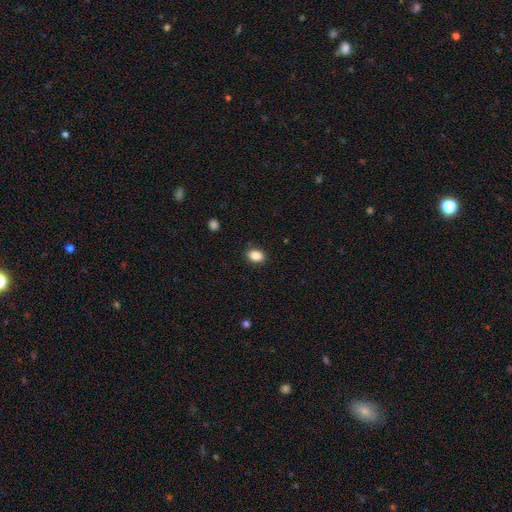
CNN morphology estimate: Q: Smooth or featured?
A: smooth (87%); runner-up: star or artifact (9%)
Q: How rounded?
A: in between (80%); runner-up: round (19%)
Q: Merging?
A: none (89%); runner-up: minor disturbance (8%)